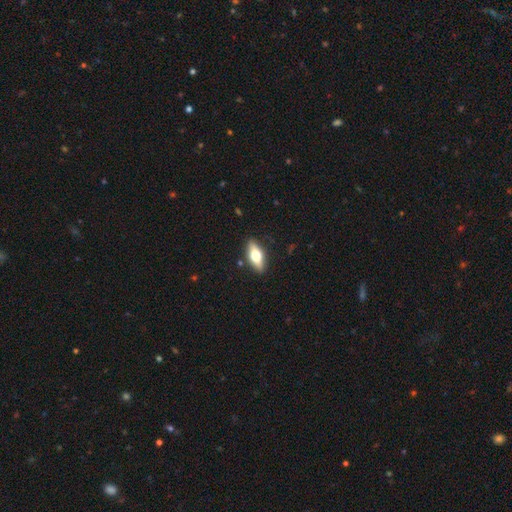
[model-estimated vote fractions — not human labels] smooth 53%, featured or disk 40%, star or artifact 6%. Down the decision tree: how rounded — in between (70%); merging — none (87%).